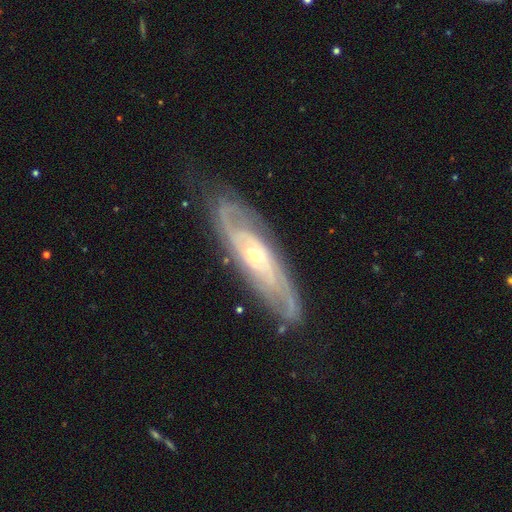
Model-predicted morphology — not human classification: Smooth or featured?
  - featured or disk: 86% *
  - smooth: 9%
  - star or artifact: 5%
Edge-on disk?
  - no: 80% *
  - yes: 20%
Bar?
  - no: 61% *
  - weak: 30%
  - strong: 9%
Spiral arms?
  - yes: 95% *
  - no: 5%
Spiral winding?
  - tight: 57% *
  - medium: 34%
  - loose: 9%
Spiral arm count?
  - 2: 47% *
  - can't tell: 30%
  - 3: 11%
  - 4: 5%
  - 1: 4%
  - more than 4: 3%
Bulge size?
  - small: 54% *
  - moderate: 42%
  - large: 2%
  - none: 1%
  - dominant: 1%
Merging?
  - none: 78% *
  - minor disturbance: 16%
  - major disturbance: 5%
  - merger: 1%